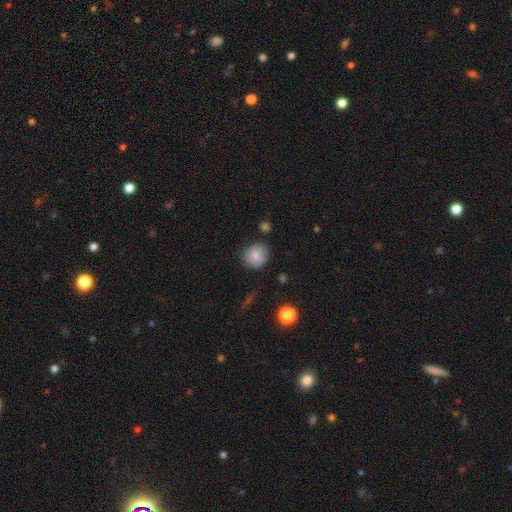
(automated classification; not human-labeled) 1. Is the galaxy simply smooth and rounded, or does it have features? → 81% smooth, 11% featured or disk, 8% star or artifact.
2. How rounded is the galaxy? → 86% round, 13% in between, 1% cigar-shaped.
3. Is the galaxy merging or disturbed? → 78% none, 16% minor disturbance, 3% merger, 3% major disturbance.